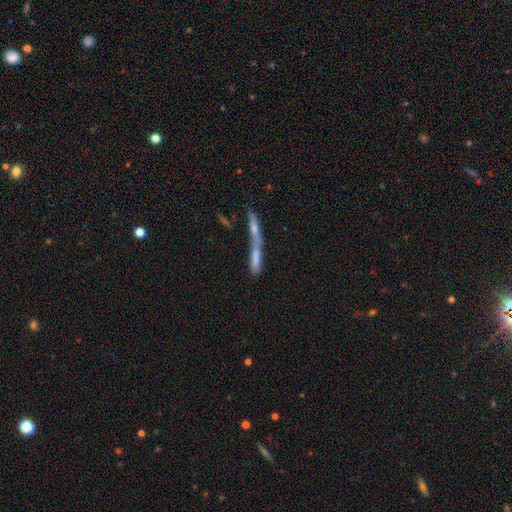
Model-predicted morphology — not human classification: Smooth or featured?
  - smooth: 55% *
  - featured or disk: 34%
  - star or artifact: 11%
How rounded?
  - cigar-shaped: 81% *
  - in between: 15%
  - round: 3%
Merging?
  - merger: 63% *
  - none: 23%
  - minor disturbance: 8%
  - major disturbance: 6%